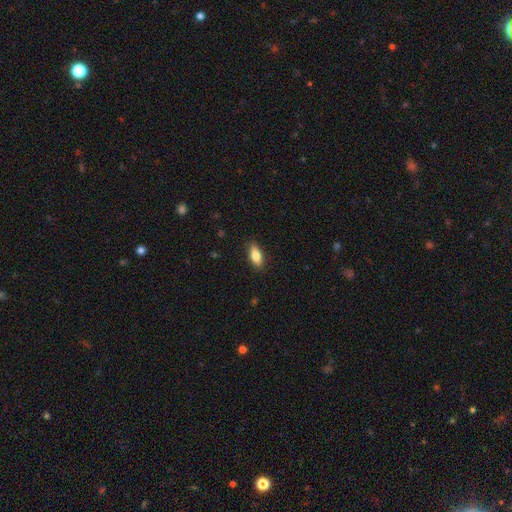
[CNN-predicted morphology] smooth_or_featured: smooth (p=0.81) [alt: featured or disk p=0.13]
how_rounded: in between (p=0.80) [alt: cigar-shaped p=0.17]
merging: none (p=0.88) [alt: minor disturbance p=0.09]